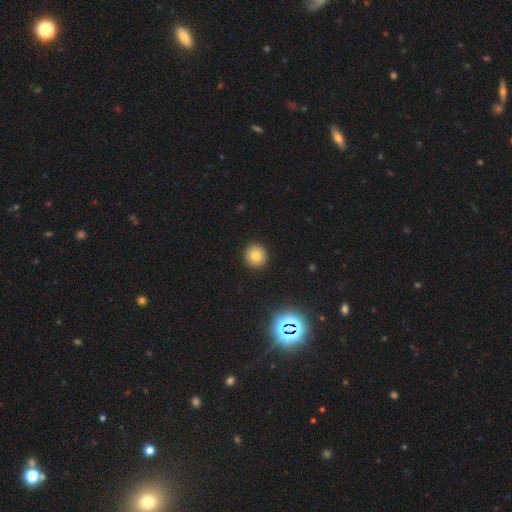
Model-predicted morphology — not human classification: A smooth galaxy with no disk features (76%) that is round (94%). Merging: none (92%).